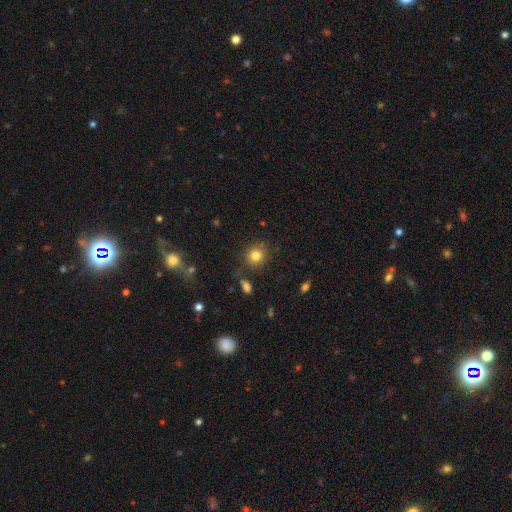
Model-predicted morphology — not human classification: A smooth galaxy with no disk features (81%) that is round (88%). Merging: none (82%).